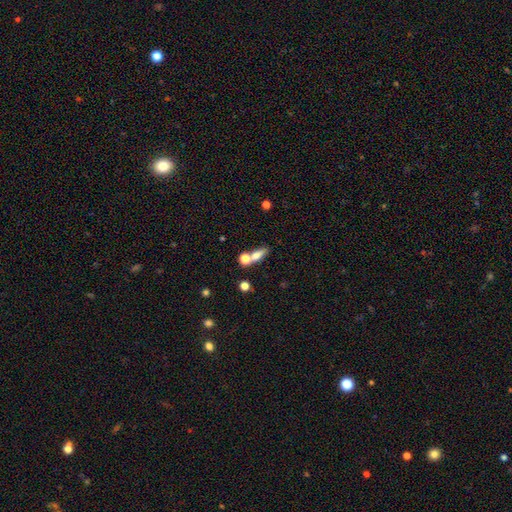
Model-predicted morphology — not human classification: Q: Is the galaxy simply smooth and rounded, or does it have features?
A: smooth — 70%.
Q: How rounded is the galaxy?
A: in between — 52%.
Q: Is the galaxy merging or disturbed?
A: none — 46%.